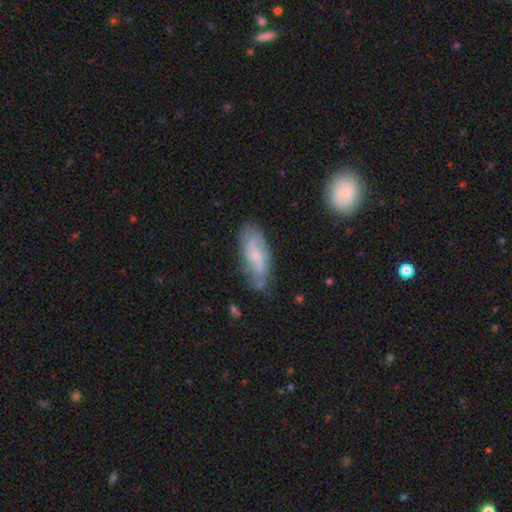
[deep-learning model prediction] A featured or disk galaxy (57%) with no bar (51%), spiral arms (81%) and a small central bulge (46%).

Vote fractions:
- Smooth or featured? featured or disk: 57% / smooth: 36% / star or artifact: 7%
- Edge-on disk? no: 89% / yes: 11%
- Bar? no: 51% / weak: 42% / strong: 8%
- Spiral arms? yes: 81% / no: 19%
- Bulge size? small: 46% / moderate: 31% / none: 17% / large: 4% / dominant: 1%
- Merging? none: 63% / minor disturbance: 25% / major disturbance: 8% / merger: 5%